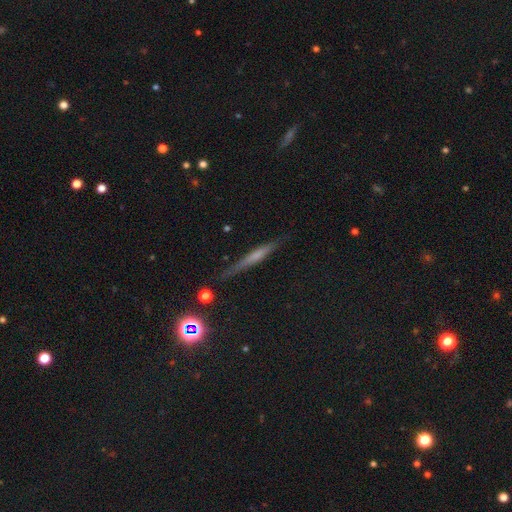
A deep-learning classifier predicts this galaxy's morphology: Q: Smooth or featured?
A: featured or disk (46%); runner-up: smooth (41%)
Q: Merging?
A: none (80%); runner-up: minor disturbance (14%)